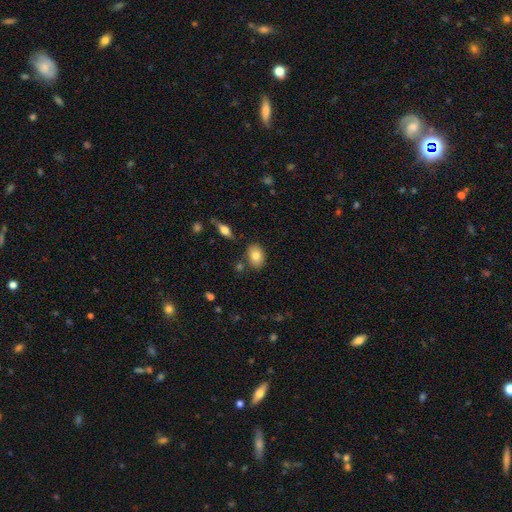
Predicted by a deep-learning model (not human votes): smooth-or-featured: smooth: 80% | featured or disk: 12% | star or artifact: 8%
  how-rounded: in between: 79% | round: 20% | cigar-shaped: 2%
  merging: none: 81% | minor disturbance: 11% | merger: 5% | major disturbance: 3%